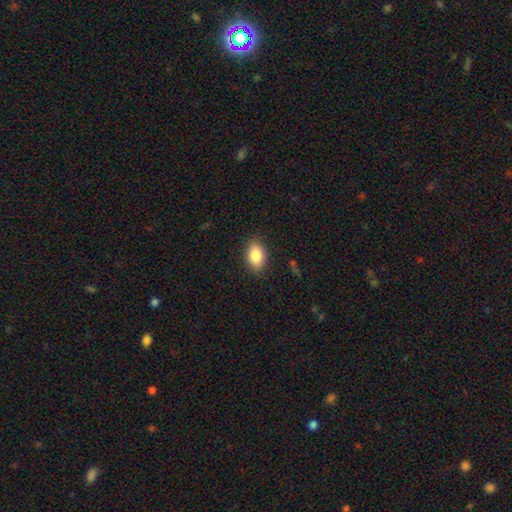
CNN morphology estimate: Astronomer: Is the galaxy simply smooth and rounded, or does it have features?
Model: smooth — 86%.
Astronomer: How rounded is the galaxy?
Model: in between — 87%.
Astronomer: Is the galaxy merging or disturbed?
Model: none — 87%.